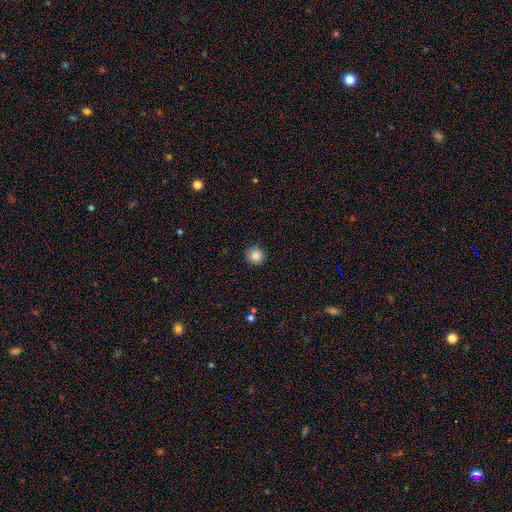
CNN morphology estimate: smooth_or_featured: smooth (p=0.86) [alt: star or artifact p=0.10]
how_rounded: round (p=0.92) [alt: in between p=0.07]
merging: none (p=0.90) [alt: minor disturbance p=0.07]